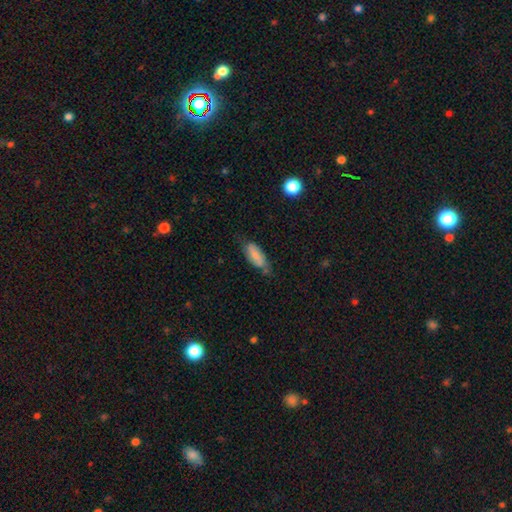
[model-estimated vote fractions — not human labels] A smooth galaxy with no disk features (78%) that is in between round and cigar-shaped (74%).

Vote fractions:
- Smooth or featured? smooth: 78% / featured or disk: 15% / star or artifact: 7%
- How rounded? in between: 74% / cigar-shaped: 24% / round: 2%
- Merging? none: 53% / minor disturbance: 34% / major disturbance: 9% / merger: 4%